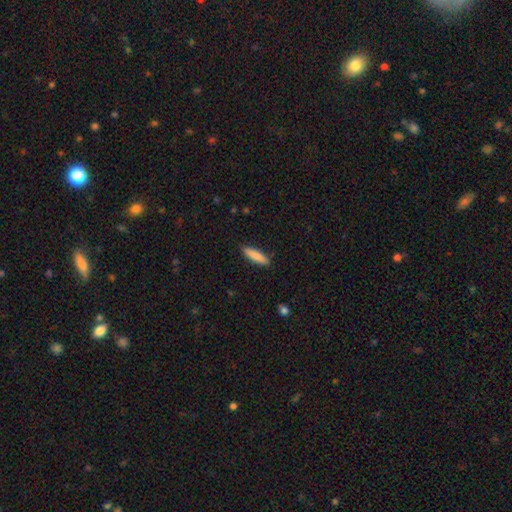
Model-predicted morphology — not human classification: smooth 87%, featured or disk 8%, star or artifact 6%. Down the decision tree: how rounded — cigar-shaped (69%); merging — none (89%).